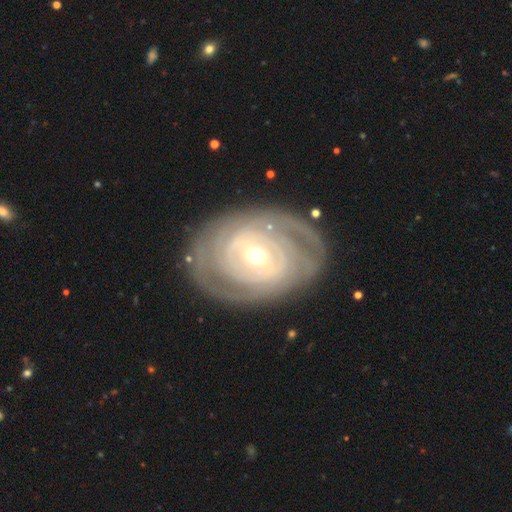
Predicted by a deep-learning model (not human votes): This is clearly a featured or disk galaxy (83%). It is clearly not viewed edge-on (95%). Bar: possibly no (58%). Spiral arm pattern: clearly yes (86%). Spiral arm count: marginally can't tell (44%). Spiral winding: likely tight (80%). Central bulge: possibly moderate (49%). Merging: likely none (79%).